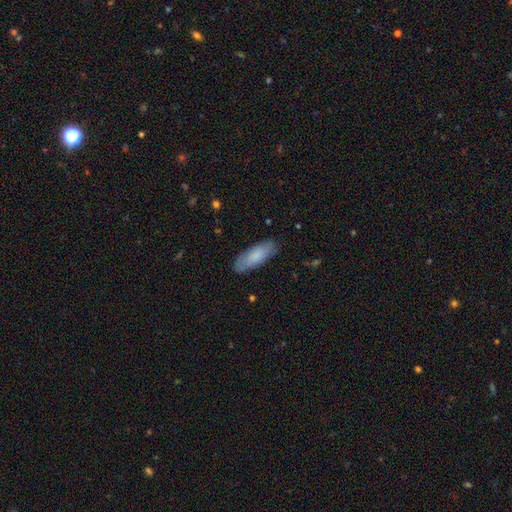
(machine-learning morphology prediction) The model was most divided on "how rounded": in between: 67%, cigar-shaped: 32%, round: 2%. More confident: merging — none (83%); smooth or featured — smooth (80%).